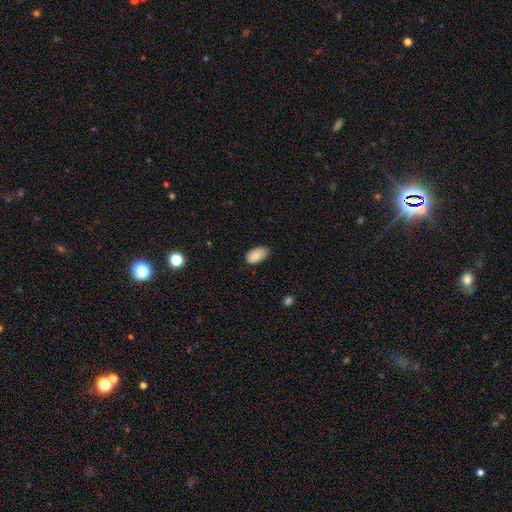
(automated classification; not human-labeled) The model was most divided on "merging": none: 80%, minor disturbance: 16%, major disturbance: 2%, merger: 1%. More confident: how rounded — in between (95%); smooth or featured — smooth (86%).